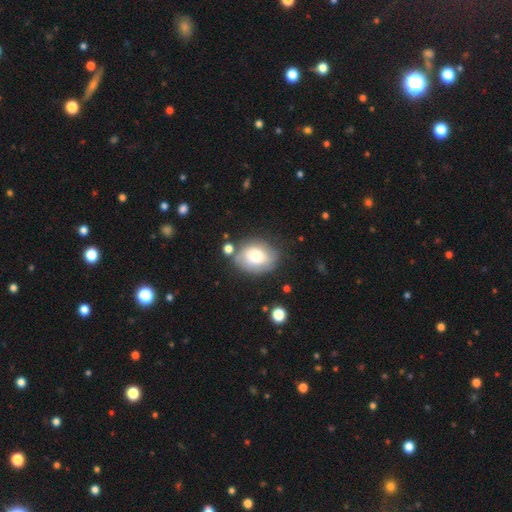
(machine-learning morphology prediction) Overall: smooth (59%; featured or disk 33%). How rounded: in between (66%; round 33%). Merging: none (63%).